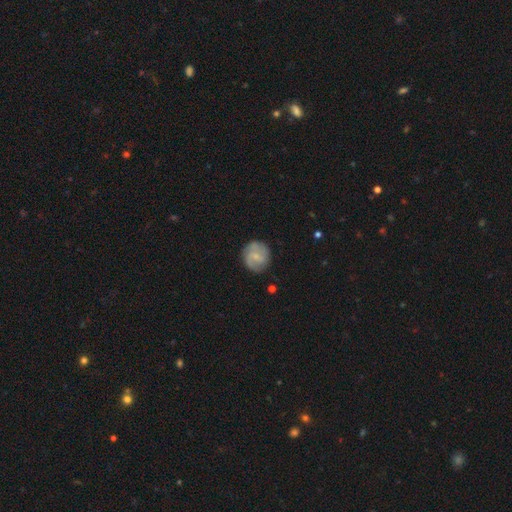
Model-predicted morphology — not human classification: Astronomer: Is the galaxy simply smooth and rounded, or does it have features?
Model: featured or disk — 58% (runner-up: smooth, 36%).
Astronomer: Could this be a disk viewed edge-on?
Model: no — 97%.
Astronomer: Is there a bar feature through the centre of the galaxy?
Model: weak — 50% (runner-up: no, 40%).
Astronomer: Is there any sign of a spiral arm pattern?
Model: yes — 87%.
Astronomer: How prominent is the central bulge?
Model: small — 67%.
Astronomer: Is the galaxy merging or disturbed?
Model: none — 81%.